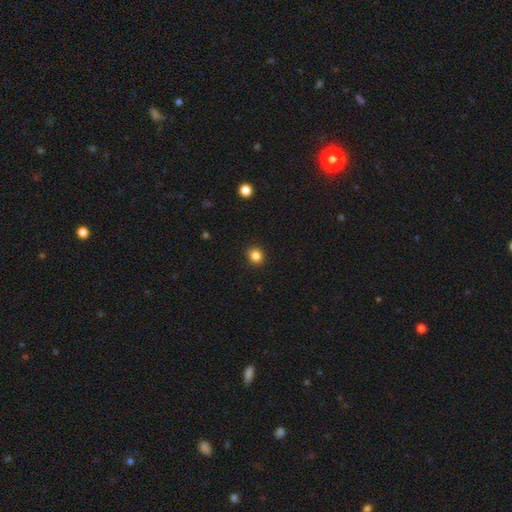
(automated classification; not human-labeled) Overall: smooth (85%). How rounded: round (83%). Merging: none (91%).